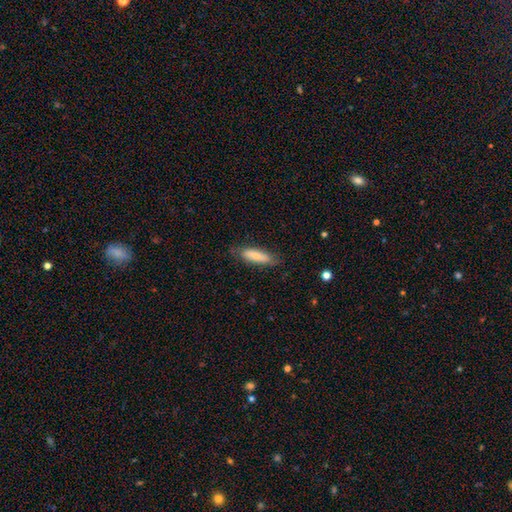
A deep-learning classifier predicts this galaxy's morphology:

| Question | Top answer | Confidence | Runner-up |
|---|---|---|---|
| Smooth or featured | smooth | 79% | featured or disk (16%) |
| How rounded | cigar-shaped | 58% | in between (40%) |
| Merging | none | 78% | minor disturbance (17%) |